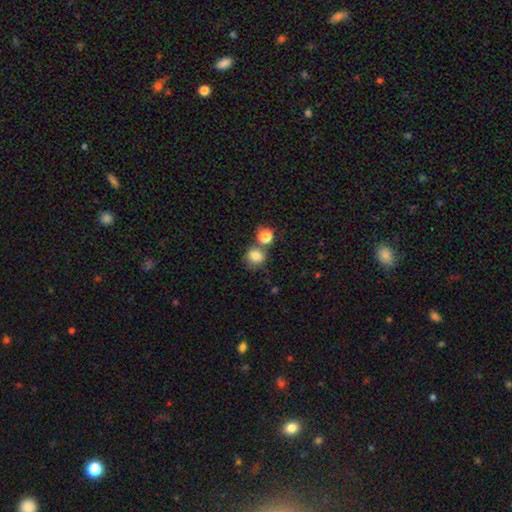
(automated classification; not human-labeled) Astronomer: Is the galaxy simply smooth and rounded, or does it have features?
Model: smooth — 80%.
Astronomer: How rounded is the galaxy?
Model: round — 83%.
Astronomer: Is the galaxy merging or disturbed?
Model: none — 61%.